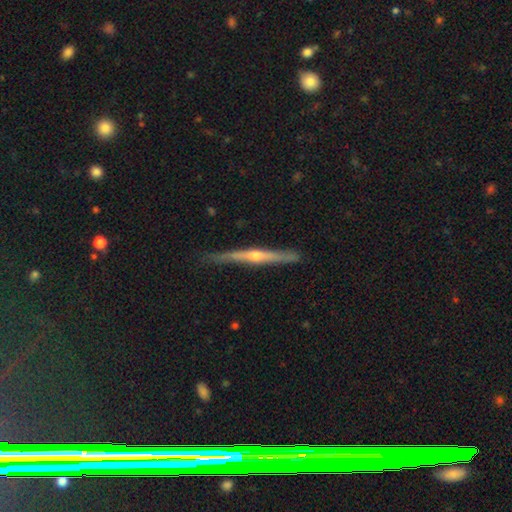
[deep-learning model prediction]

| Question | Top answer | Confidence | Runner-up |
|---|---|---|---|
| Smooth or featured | featured or disk | 79% | smooth (16%) |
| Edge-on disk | yes | 98% | no (2%) |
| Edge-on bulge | rounded | 86% | none (10%) |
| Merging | none | 86% | minor disturbance (11%) |